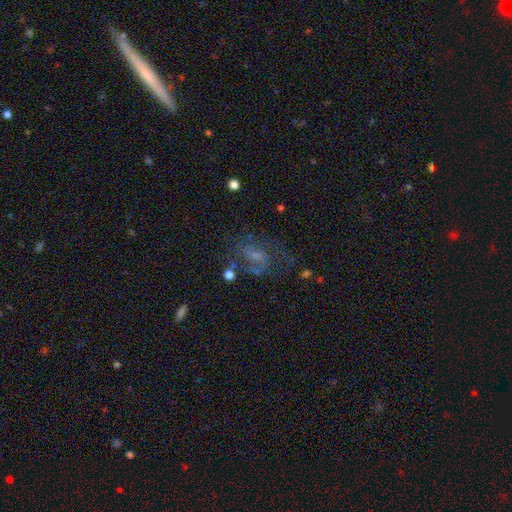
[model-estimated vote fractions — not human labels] A featured or disk galaxy (62%) with a weak bar (46%), spiral arms (76%) and a small central bulge (47%).

Vote fractions:
- Smooth or featured? featured or disk: 62% / smooth: 21% / star or artifact: 17%
- Edge-on disk? no: 96% / yes: 4%
- Bar? weak: 46% / no: 41% / strong: 13%
- Spiral arms? yes: 76% / no: 24%
- Bulge size? small: 47% / moderate: 29% / none: 19% / large: 4% / dominant: 1%
- Merging? none: 51% / major disturbance: 24% / minor disturbance: 20% / merger: 5%